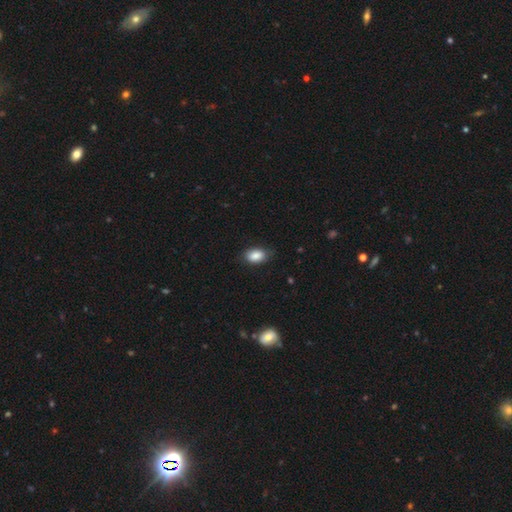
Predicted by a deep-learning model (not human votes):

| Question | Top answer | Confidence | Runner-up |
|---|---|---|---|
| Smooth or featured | smooth | 86% | star or artifact (7%) |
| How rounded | in between | 89% | round (9%) |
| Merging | none | 76% | minor disturbance (19%) |